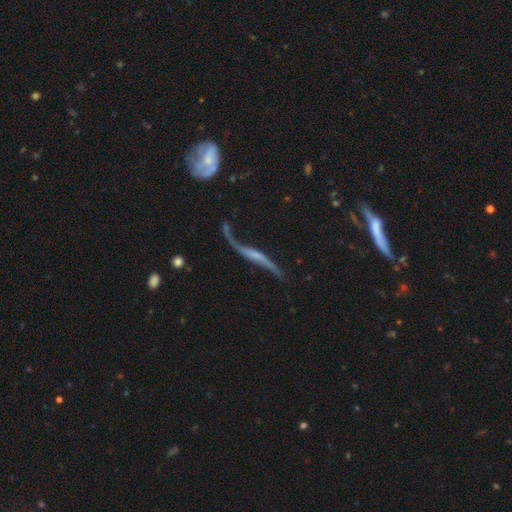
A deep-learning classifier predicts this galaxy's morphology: Smooth or featured?
  - featured or disk: 81% *
  - smooth: 12%
  - star or artifact: 7%
Edge-on disk?
  - no: 62% *
  - yes: 38%
Bar?
  - no: 45% *
  - weak: 32%
  - strong: 23%
Spiral arms?
  - yes: 89% *
  - no: 11%
Bulge size?
  - none: 49% *
  - small: 33%
  - moderate: 12%
  - large: 3%
  - dominant: 2%
Merging?
  - none: 48% *
  - major disturbance: 22%
  - minor disturbance: 22%
  - merger: 8%